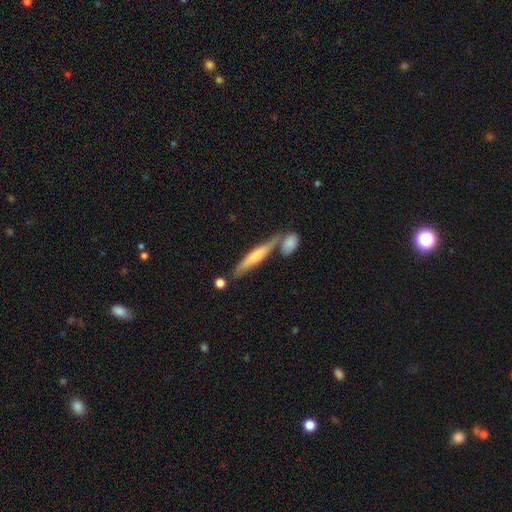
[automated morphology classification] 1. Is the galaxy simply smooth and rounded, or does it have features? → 65% featured or disk, 26% smooth, 9% star or artifact.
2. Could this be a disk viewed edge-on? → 93% yes, 7% no.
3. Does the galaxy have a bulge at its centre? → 71% rounded, 16% none, 12% boxy.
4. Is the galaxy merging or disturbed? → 66% none, 21% merger, 10% minor disturbance, 3% major disturbance.